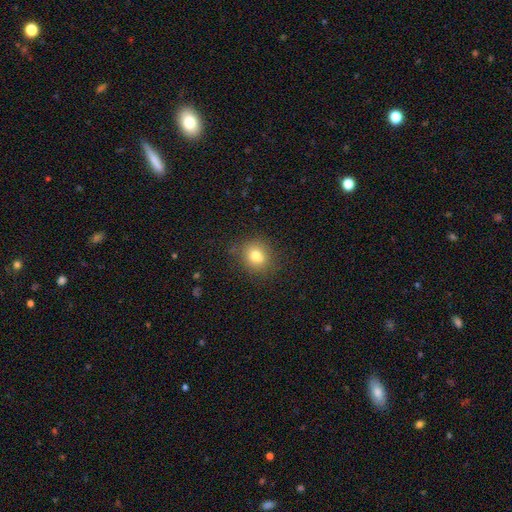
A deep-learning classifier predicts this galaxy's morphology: Smooth or featured? Predicted: smooth (p=0.76). How rounded? Predicted: round (p=0.76). Merging? Predicted: none (p=0.73).